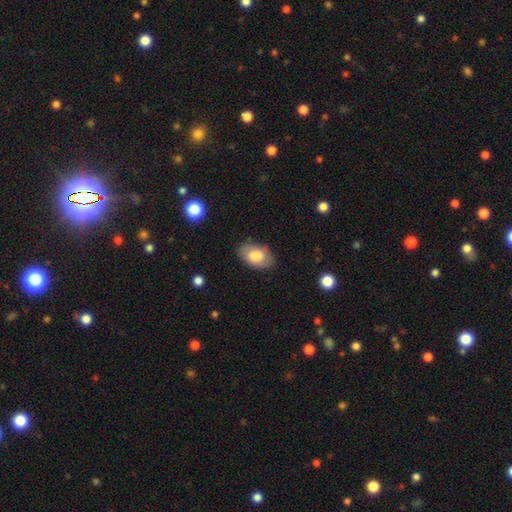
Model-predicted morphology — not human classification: A smooth galaxy with no disk features (76%) that is in between round and cigar-shaped (91%). Merging: none (81%).